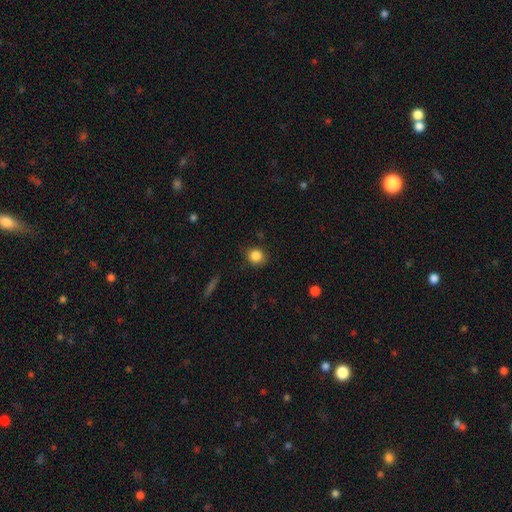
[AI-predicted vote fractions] Smooth or featured? smooth (85%)
How rounded? round (82%)
Merging? none (83%)